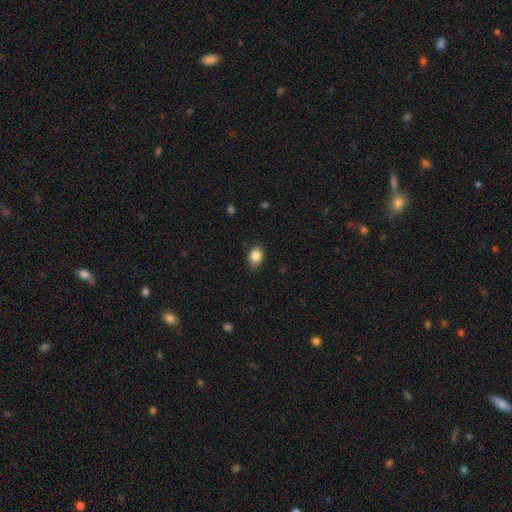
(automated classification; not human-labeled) Smooth or featured? smooth (85%)
How rounded? in between (59%)
Merging? none (78%)